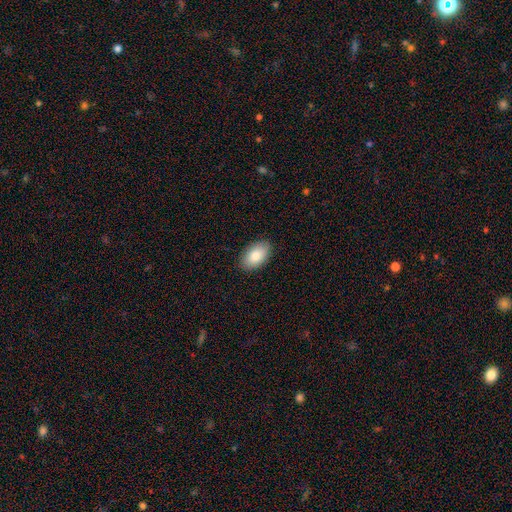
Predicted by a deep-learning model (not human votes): Smooth or featured? smooth (86%)
How rounded? in between (94%)
Merging? none (89%)